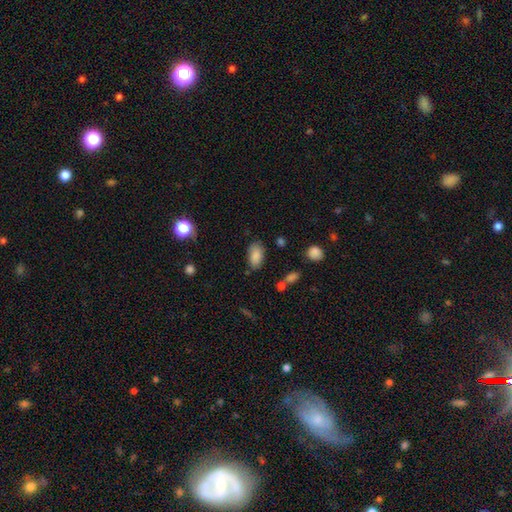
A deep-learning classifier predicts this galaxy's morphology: type=smooth (85%); roundness=in between (93%); merging=none (76%).